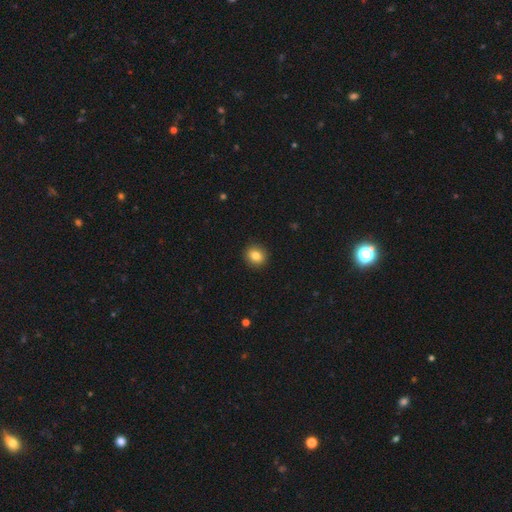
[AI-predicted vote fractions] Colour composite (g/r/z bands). It shows a smooth galaxy with no disk features (83%) that is round (80%). Merging: none (92%).